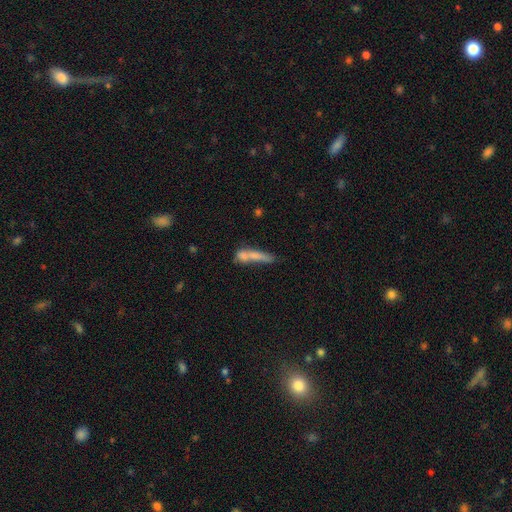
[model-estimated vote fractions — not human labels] Smooth or featured? smooth (67%)
How rounded? cigar-shaped (79%)
Merging? none (36%)